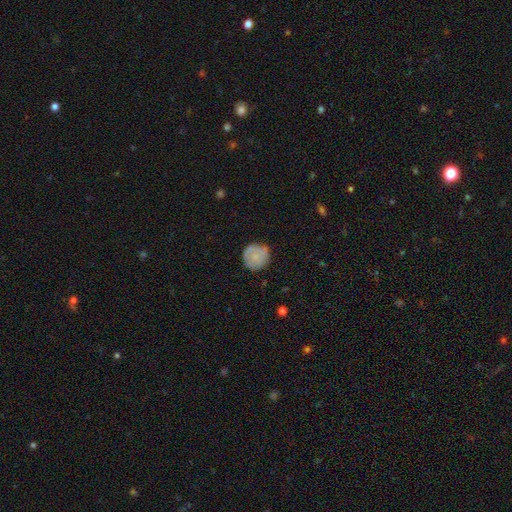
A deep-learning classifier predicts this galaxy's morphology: This appears to be a smooth galaxy with no disk features (72%) that is round (93%). Merging: none (79%).